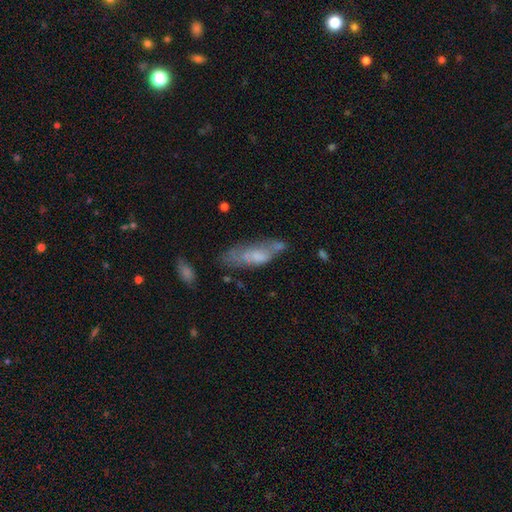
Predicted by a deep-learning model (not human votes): Q: Smooth or featured?
A: smooth (54%); runner-up: featured or disk (37%)
Q: How rounded?
A: in between (57%); runner-up: cigar-shaped (41%)
Q: Merging?
A: none (37%); runner-up: minor disturbance (26%)